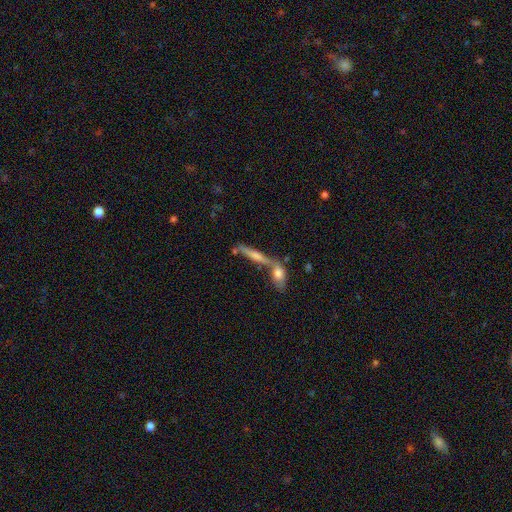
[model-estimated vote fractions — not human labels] The model was most divided on "smooth or featured": smooth: 52%, featured or disk: 41%, star or artifact: 7%. More confident: how rounded — cigar-shaped (81%); merging — none (51%).